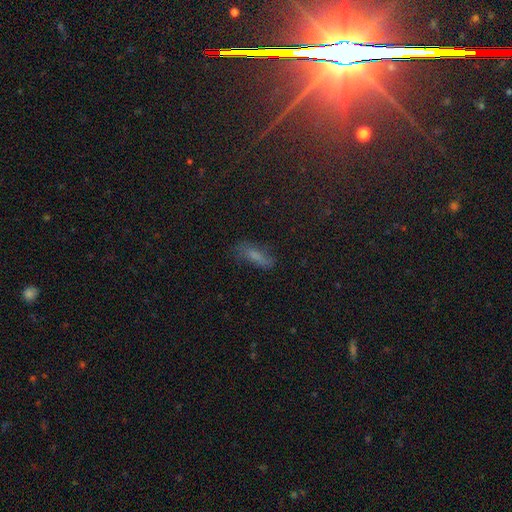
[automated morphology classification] A smooth galaxy with no disk features (65%) that is in between round and cigar-shaped (53%). Merging: none (65%).